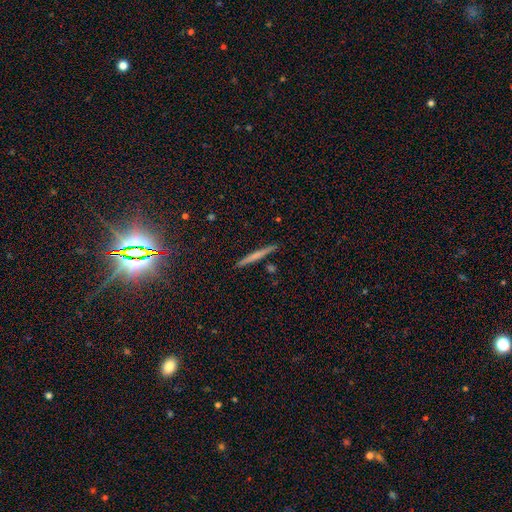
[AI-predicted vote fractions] Smooth or featured? smooth (49%)
Merging? none (90%)